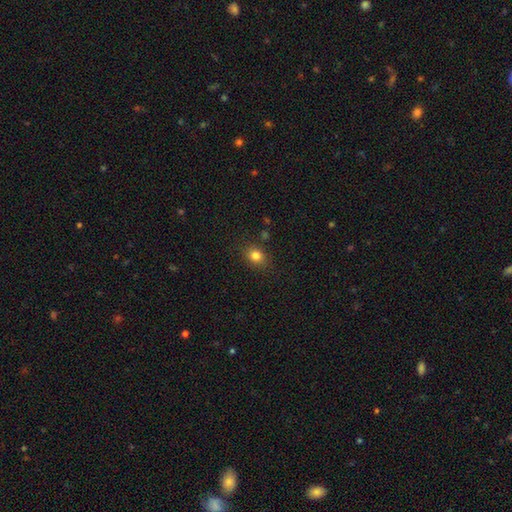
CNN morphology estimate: This is clearly a smooth galaxy (81%). How rounded: possibly round (58%). Merging: clearly none (84%).